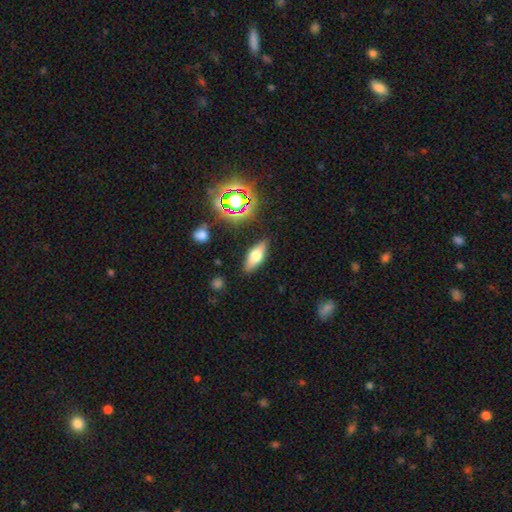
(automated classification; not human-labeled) This appears to be a smooth galaxy with no disk features (54%) that is in between round and cigar-shaped (67%). Merging: none (85%).